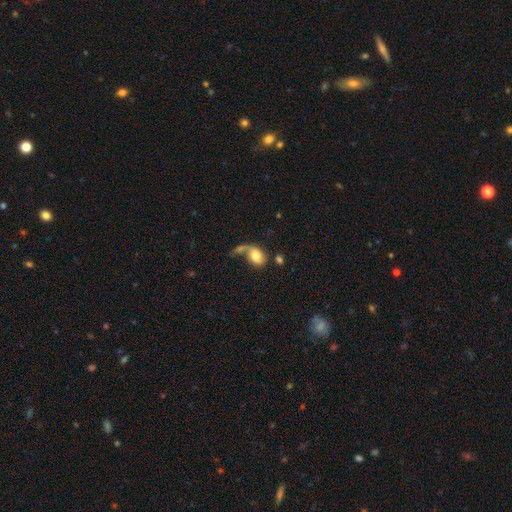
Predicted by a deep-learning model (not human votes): A smooth galaxy with no disk features (63%) that is in between round and cigar-shaped (73%). Merging: merger (29%, tied with none).